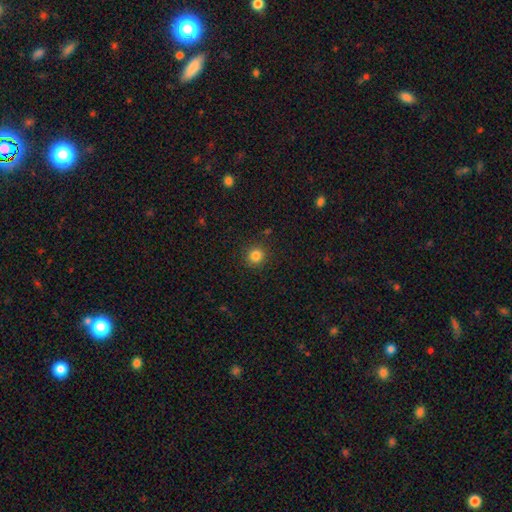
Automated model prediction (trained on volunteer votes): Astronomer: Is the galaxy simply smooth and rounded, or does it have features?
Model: smooth — 83%.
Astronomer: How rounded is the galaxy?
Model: round — 91%.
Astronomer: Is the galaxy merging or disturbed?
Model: none — 90%.